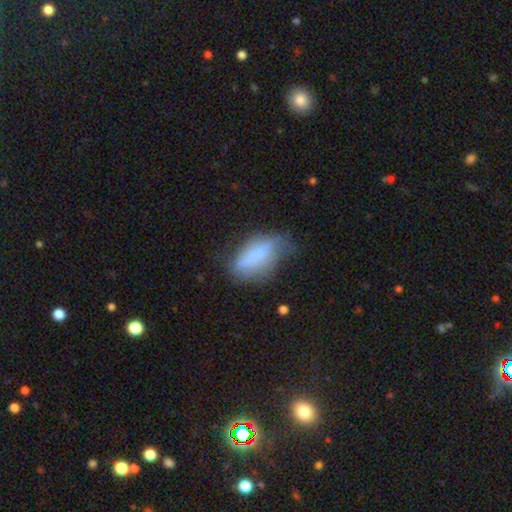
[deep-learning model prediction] A smooth galaxy with no disk features (65%) that is in between round and cigar-shaped (80%). Merging: none (40%).